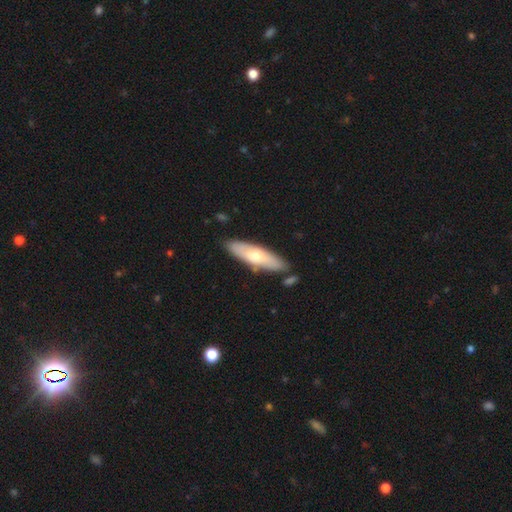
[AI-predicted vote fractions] A smooth galaxy with no disk features (55%) that is cigar-shaped (59%).

Vote fractions:
- Smooth or featured? smooth: 55% / featured or disk: 40% / star or artifact: 5%
- How rounded? cigar-shaped: 59% / in between: 39% / round: 2%
- Merging? none: 81% / minor disturbance: 12% / merger: 5% / major disturbance: 2%